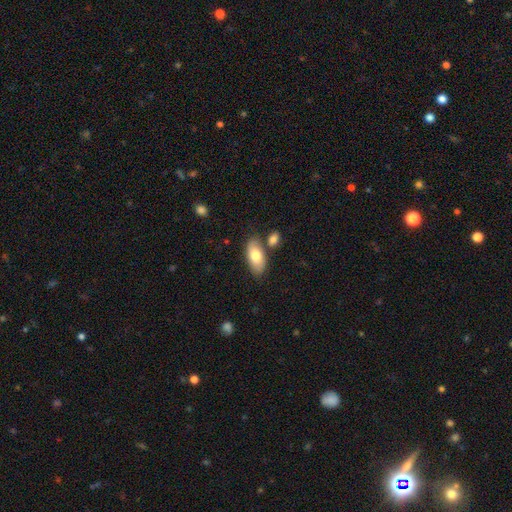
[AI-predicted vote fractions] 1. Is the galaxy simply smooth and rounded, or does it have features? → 76% smooth, 18% featured or disk, 6% star or artifact.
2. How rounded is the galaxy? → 92% in between, 5% cigar-shaped, 3% round.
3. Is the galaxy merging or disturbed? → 74% none, 13% minor disturbance, 10% merger, 3% major disturbance.